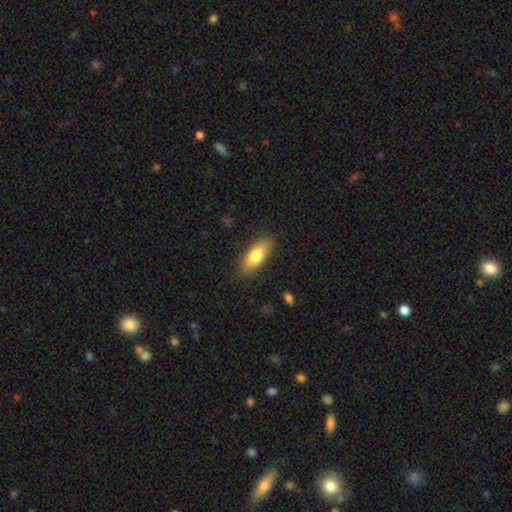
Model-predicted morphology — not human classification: Q: Smooth or featured?
A: smooth (78%); runner-up: featured or disk (16%)
Q: How rounded?
A: in between (75%); runner-up: cigar-shaped (22%)
Q: Merging?
A: none (85%); runner-up: minor disturbance (11%)